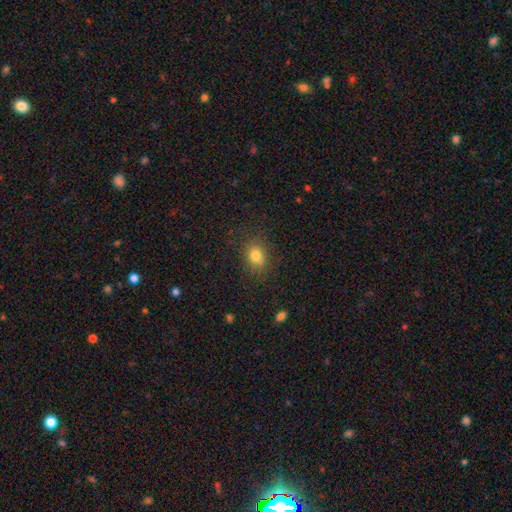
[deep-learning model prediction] This appears to be a smooth galaxy with no disk features (79%) that is round (50%). Merging: none (77%).